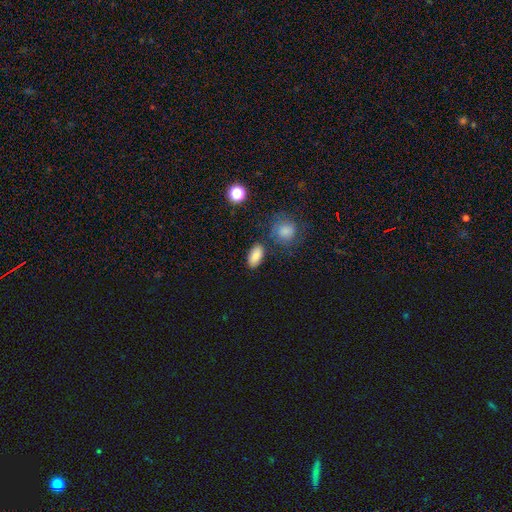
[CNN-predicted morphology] Smooth or featured: smooth — 84% (star or artifact — 9%)
How rounded: in between — 89% (round — 6%)
Merging: none — 80% (minor disturbance — 11%)